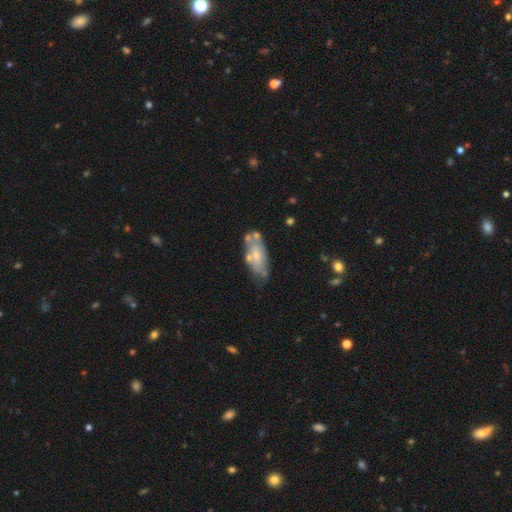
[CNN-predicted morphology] This is possibly a smooth galaxy (51%). How rounded: clearly in between (85%). Merging: possibly none (52%).